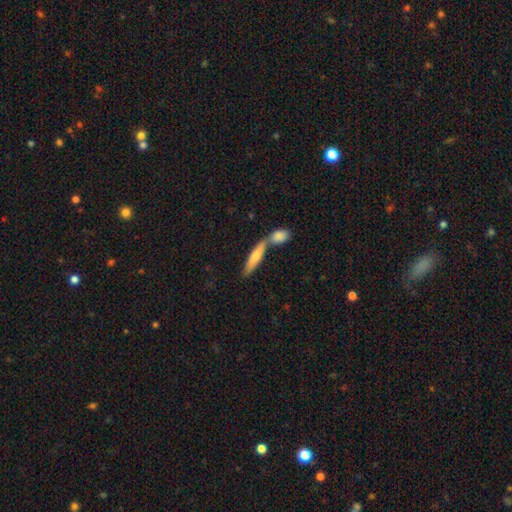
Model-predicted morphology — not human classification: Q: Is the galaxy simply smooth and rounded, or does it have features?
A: smooth — 65%.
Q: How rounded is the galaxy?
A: cigar-shaped — 71%.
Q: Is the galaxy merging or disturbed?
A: merger — 51%.